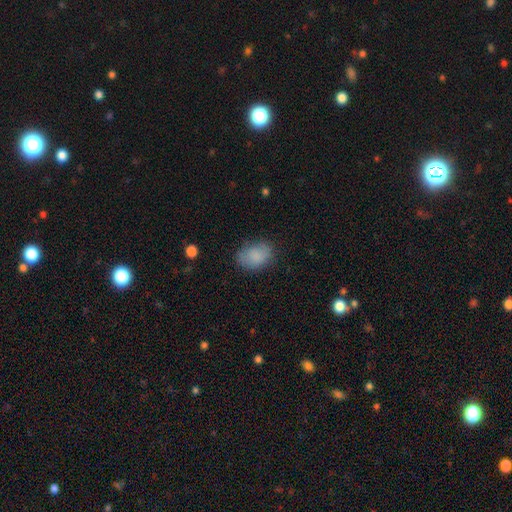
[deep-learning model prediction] Smooth or featured? Predicted: smooth (p=0.85). How rounded? Predicted: in between (p=0.77). Merging? Predicted: none (p=0.75).